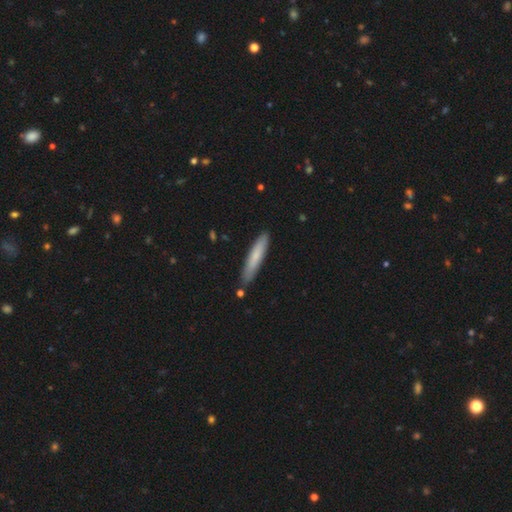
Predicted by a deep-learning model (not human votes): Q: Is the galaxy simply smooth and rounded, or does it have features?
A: smooth — 74%.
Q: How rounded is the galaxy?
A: cigar-shaped — 91%.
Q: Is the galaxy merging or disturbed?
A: none — 85%.